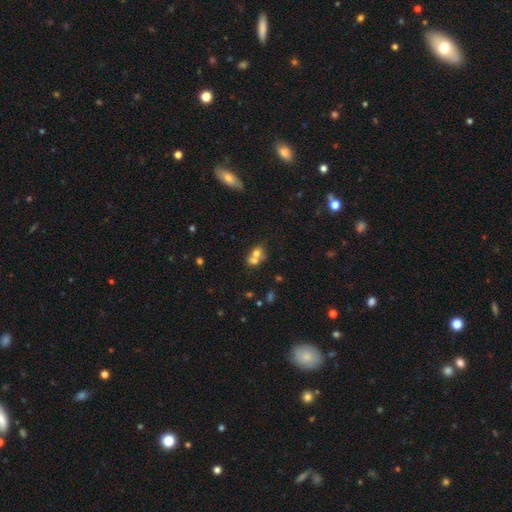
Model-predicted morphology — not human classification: Smooth or featured: smooth — 65% (featured or disk — 21%)
How rounded: round — 60% (in between — 38%)
Merging: merger — 65% (none — 25%)